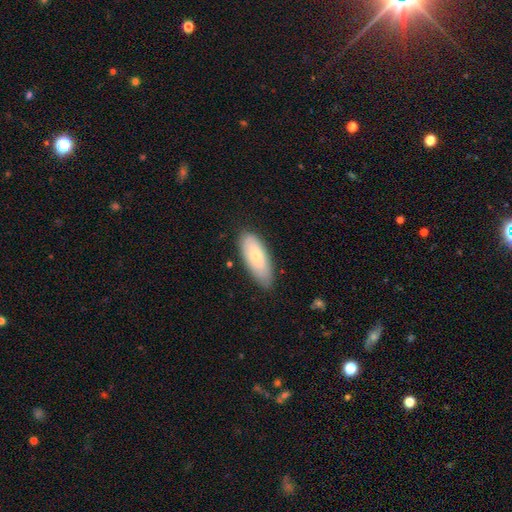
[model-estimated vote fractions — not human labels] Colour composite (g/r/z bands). It shows a smooth galaxy with no disk features (65%) that is in between round and cigar-shaped (81%). Merging: none (76%).